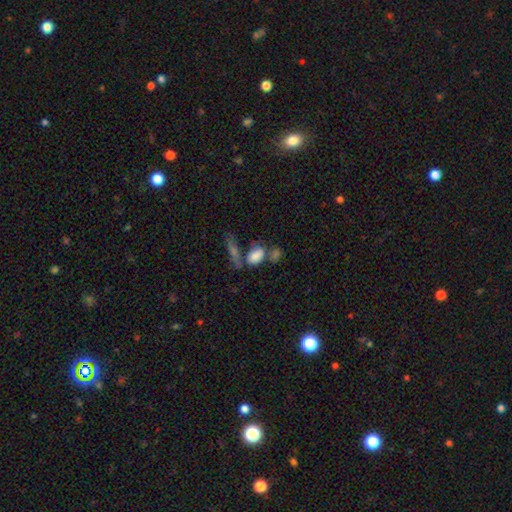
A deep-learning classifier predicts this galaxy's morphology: Q: Smooth or featured?
A: smooth (79%); runner-up: featured or disk (12%)
Q: How rounded?
A: in between (86%); runner-up: round (8%)
Q: Merging?
A: none (38%); runner-up: merger (37%)